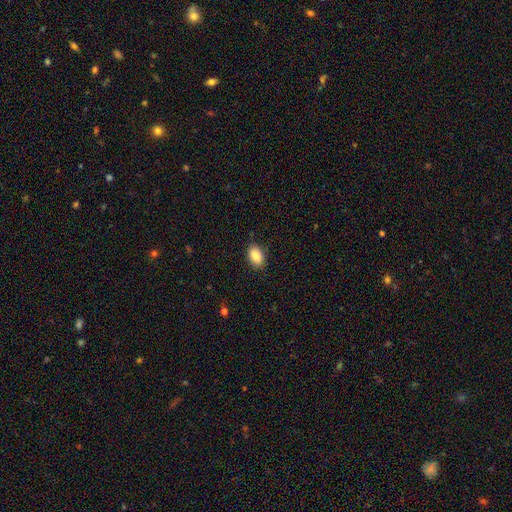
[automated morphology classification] The model was most divided on "merging": none: 85%, minor disturbance: 11%, major disturbance: 3%, merger: 1%. More confident: how rounded — in between (90%); smooth or featured — smooth (88%).